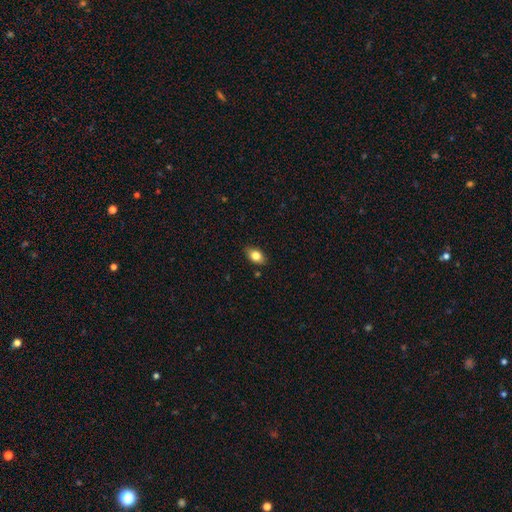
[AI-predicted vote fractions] Smooth or featured? Predicted: smooth (p=0.80). How rounded? Predicted: in between (p=0.85). Merging? Predicted: none (p=0.86).